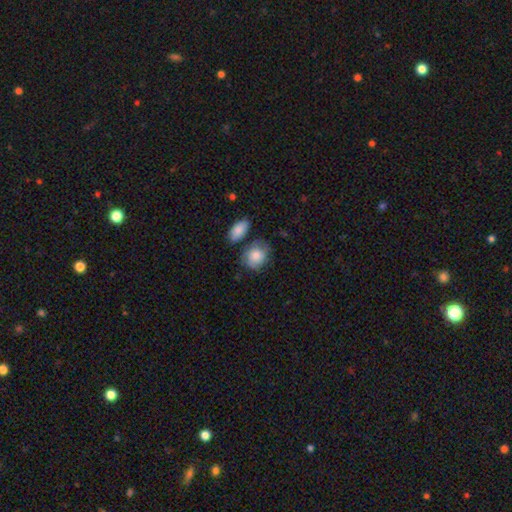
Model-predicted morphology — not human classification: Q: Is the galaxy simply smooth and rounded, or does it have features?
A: smooth — 79%.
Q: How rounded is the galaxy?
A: in between — 51%.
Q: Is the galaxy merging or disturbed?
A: none — 54%.